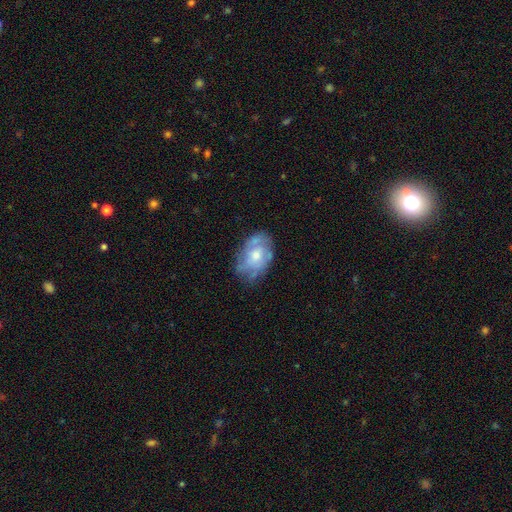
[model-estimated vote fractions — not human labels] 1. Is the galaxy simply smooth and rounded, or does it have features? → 57% featured or disk, 36% smooth, 7% star or artifact.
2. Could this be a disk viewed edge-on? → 96% no, 4% yes.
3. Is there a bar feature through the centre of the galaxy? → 82% no, 15% weak, 2% strong.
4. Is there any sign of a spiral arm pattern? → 51% no, 49% yes.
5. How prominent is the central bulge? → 55% moderate, 37% small, 5% large, 3% none, 1% dominant.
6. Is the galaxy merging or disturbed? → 56% none, 28% minor disturbance, 13% major disturbance, 3% merger.